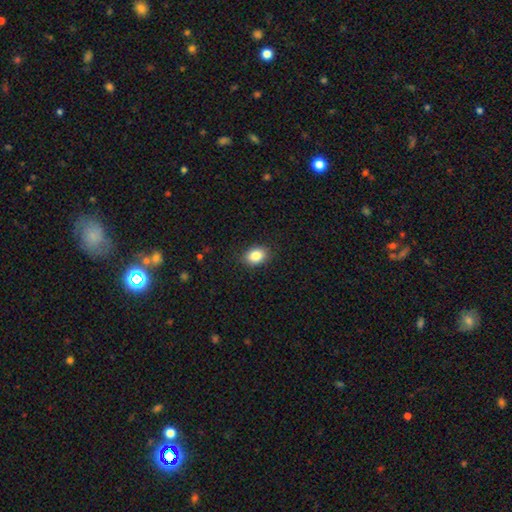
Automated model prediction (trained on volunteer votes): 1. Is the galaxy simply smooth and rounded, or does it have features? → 85% smooth, 9% star or artifact, 6% featured or disk.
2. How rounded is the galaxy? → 72% in between, 27% round, 1% cigar-shaped.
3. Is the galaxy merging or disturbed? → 87% none, 9% minor disturbance, 2% major disturbance, 1% merger.